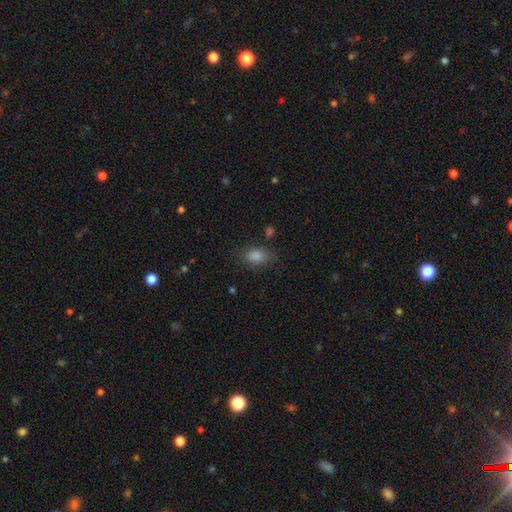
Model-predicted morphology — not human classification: Smooth or featured?
  - smooth: 80% *
  - star or artifact: 15%
  - featured or disk: 6%
How rounded?
  - in between: 74% *
  - round: 24%
  - cigar-shaped: 2%
Merging?
  - none: 80% *
  - minor disturbance: 13%
  - major disturbance: 5%
  - merger: 2%